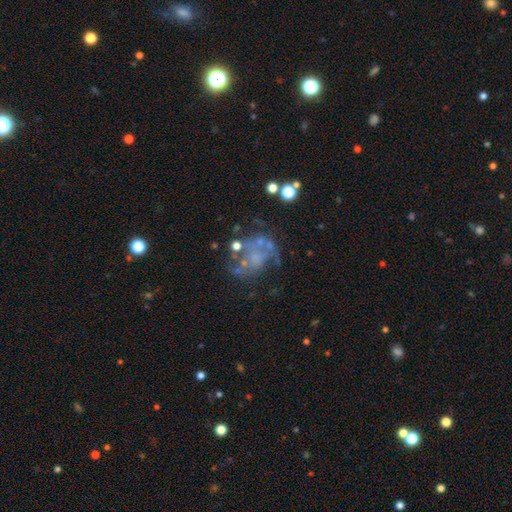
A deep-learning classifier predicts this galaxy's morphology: Smooth or featured? featured or disk (60%)
Edge-on disk? no (98%)
Bar? no (88%)
Spiral arms? no (72%)
Bulge size? none (68%)
Merging? none (43%)